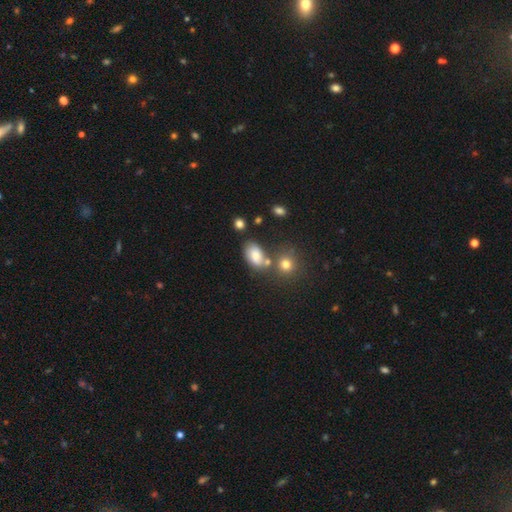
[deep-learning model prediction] A smooth galaxy with no disk features (73%) that is in between round and cigar-shaped (85%). Merging: none (52%).